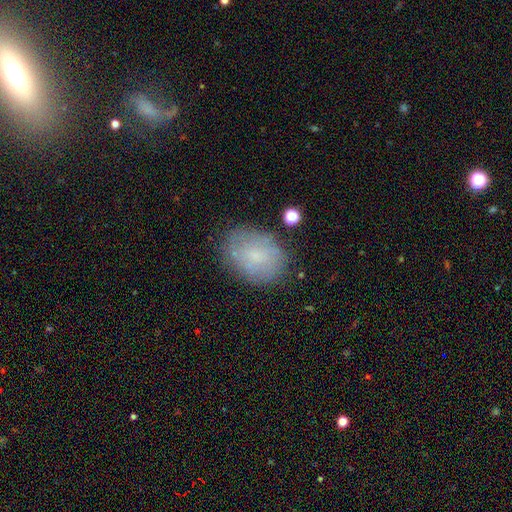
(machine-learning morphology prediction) Smooth or featured?
  - smooth: 66% *
  - featured or disk: 24%
  - star or artifact: 10%
How rounded?
  - in between: 71% *
  - round: 28%
  - cigar-shaped: 1%
Merging?
  - none: 75% *
  - minor disturbance: 17%
  - major disturbance: 5%
  - merger: 3%